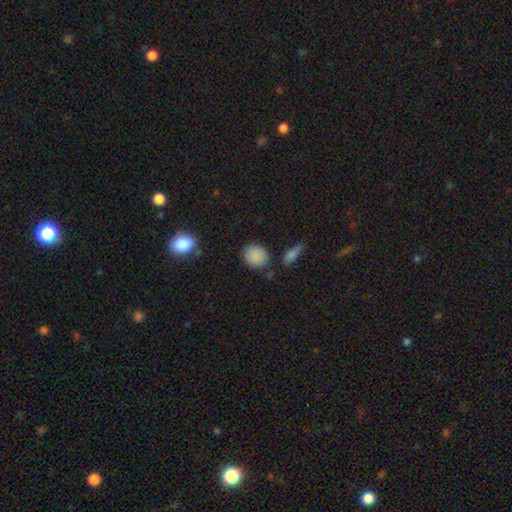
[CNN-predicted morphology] This is clearly a smooth galaxy (87%). How rounded: likely round (69%). Merging: likely none (80%).